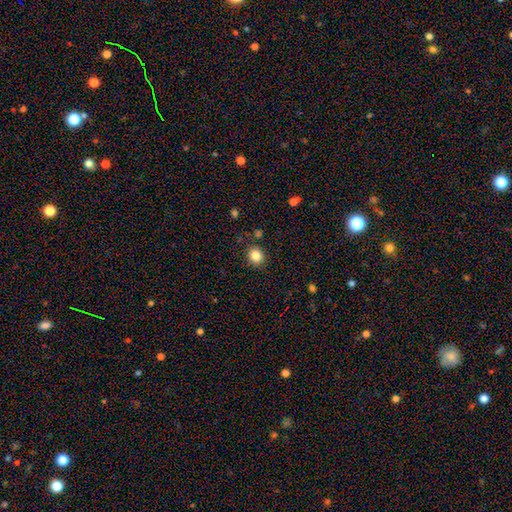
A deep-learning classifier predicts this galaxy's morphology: This appears to be a smooth galaxy with no disk features (85%) that is round (75%). Merging: none (87%).